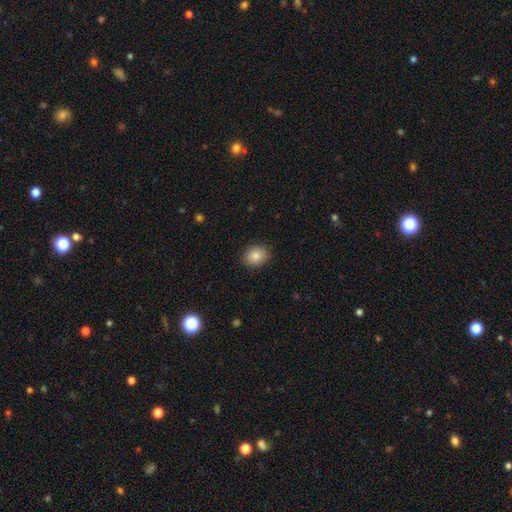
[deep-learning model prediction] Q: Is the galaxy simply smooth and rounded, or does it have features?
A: smooth — 85%.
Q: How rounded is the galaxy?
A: round — 53%.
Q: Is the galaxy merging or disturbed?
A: none — 87%.